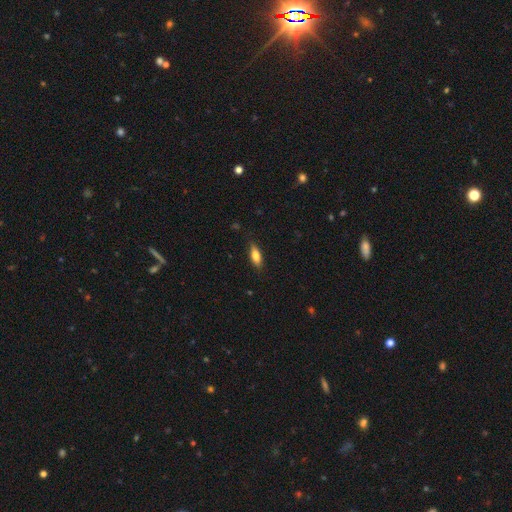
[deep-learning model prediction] smooth 77%, featured or disk 16%, star or artifact 7%. Down the decision tree: how rounded — in between (68%); merging — none (84%).